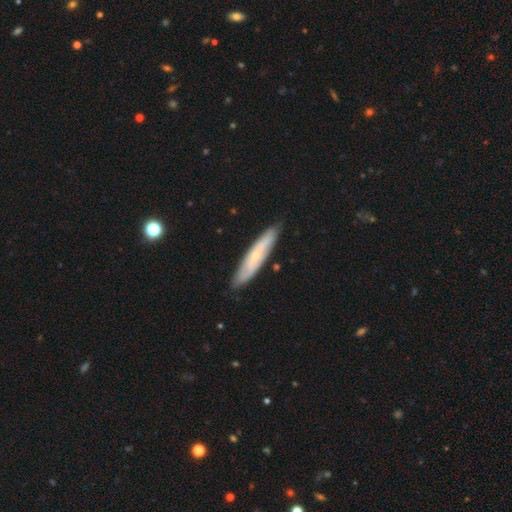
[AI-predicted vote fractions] featured or disk 51%, smooth 43%, star or artifact 6%. Down the decision tree: edge-on disk — yes (59%); merging — none (85%).